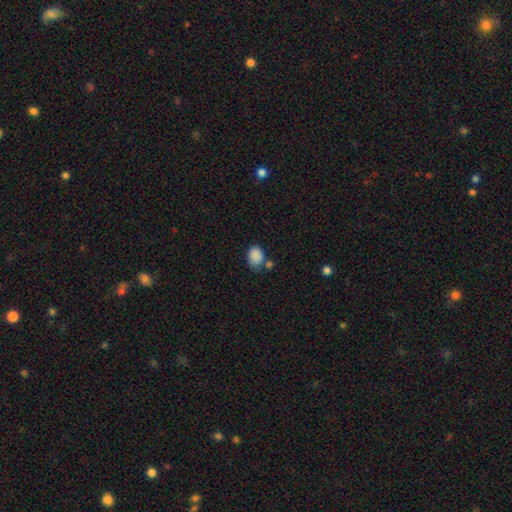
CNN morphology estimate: smooth 87%, star or artifact 9%, featured or disk 4%. Down the decision tree: how rounded — in between (64%); merging — none (58%).